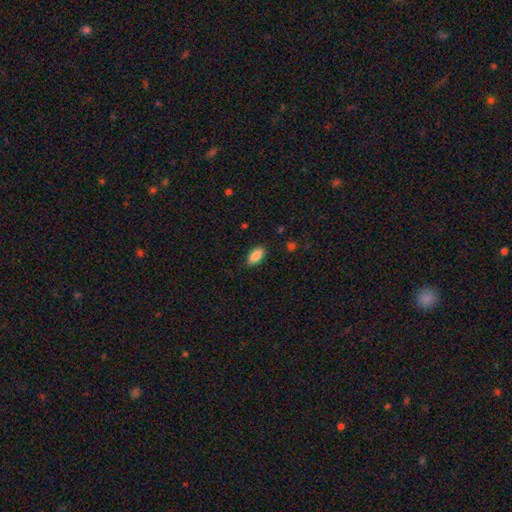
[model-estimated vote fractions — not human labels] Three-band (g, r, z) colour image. It shows a smooth galaxy with no disk features (87%) that is in between round and cigar-shaped (90%). Merging: none (86%).